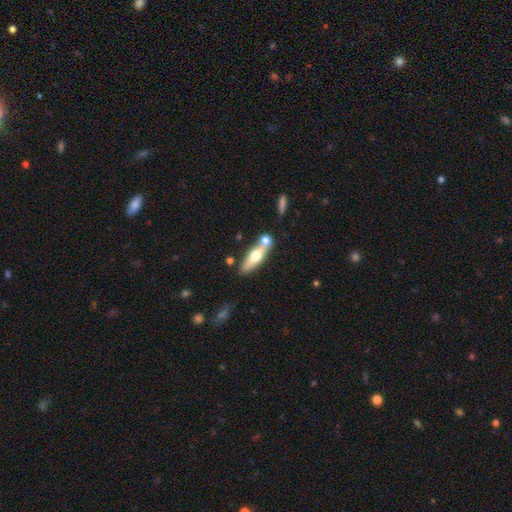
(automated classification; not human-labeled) This appears to be a smooth galaxy with no disk features (51%) that is cigar-shaped (58%). Merging: none (62%).